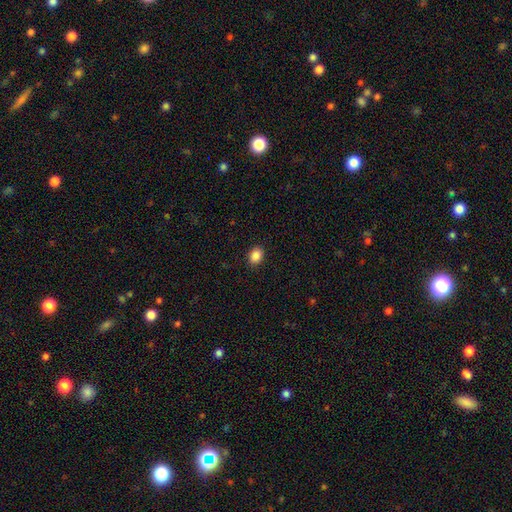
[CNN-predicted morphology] The model was most divided on "how rounded": in between: 64%, round: 35%, cigar-shaped: 1%. More confident: merging — none (90%); smooth or featured — smooth (87%).